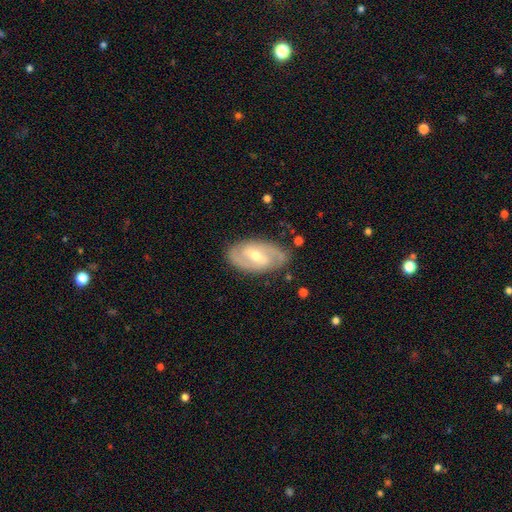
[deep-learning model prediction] smooth_or_featured: featured or disk (p=0.83) [alt: smooth p=0.12]
disk_edge_on: no (p=0.95) [alt: yes p=0.05]
bar: weak (p=0.49) [alt: strong p=0.32]
has_spiral_arms: yes (p=0.92) [alt: no p=0.08]
spiral_winding: medium (p=0.46) [alt: tight p=0.42]
spiral_arm_count: 2 (p=0.87) [alt: can't tell p=0.07]
bulge_size: moderate (p=0.54) [alt: small p=0.41]
merging: none (p=0.83) [alt: minor disturbance p=0.13]